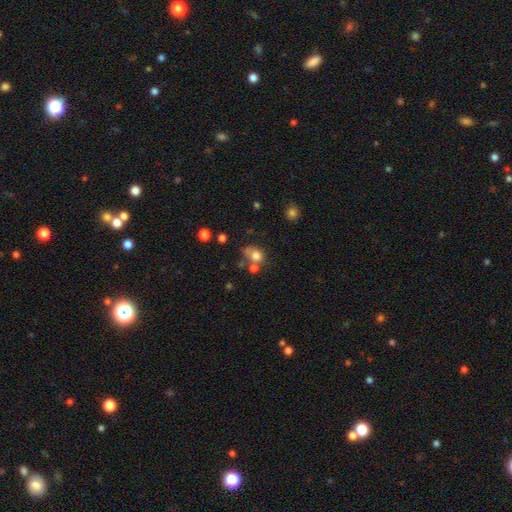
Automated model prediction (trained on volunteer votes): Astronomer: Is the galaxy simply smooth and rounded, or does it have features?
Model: smooth — 76%.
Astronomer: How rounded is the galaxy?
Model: round — 60% (runner-up: in between, 39%).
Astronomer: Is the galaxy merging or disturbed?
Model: none — 42% (runner-up: merger, 29%).